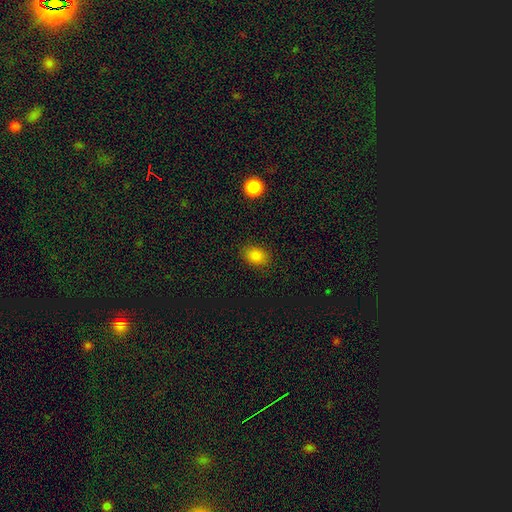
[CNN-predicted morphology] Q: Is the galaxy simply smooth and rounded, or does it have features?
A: smooth — 85%.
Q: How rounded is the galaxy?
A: in between — 75%.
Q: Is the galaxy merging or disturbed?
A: none — 86%.